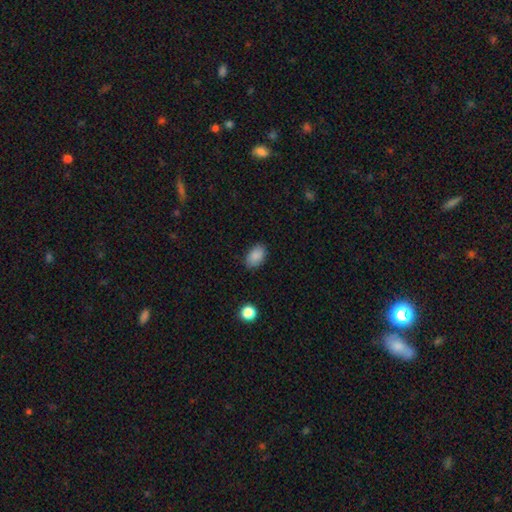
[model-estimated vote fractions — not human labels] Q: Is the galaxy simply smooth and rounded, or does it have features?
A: smooth — 88%.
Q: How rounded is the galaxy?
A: in between — 89%.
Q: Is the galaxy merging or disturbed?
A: none — 87%.